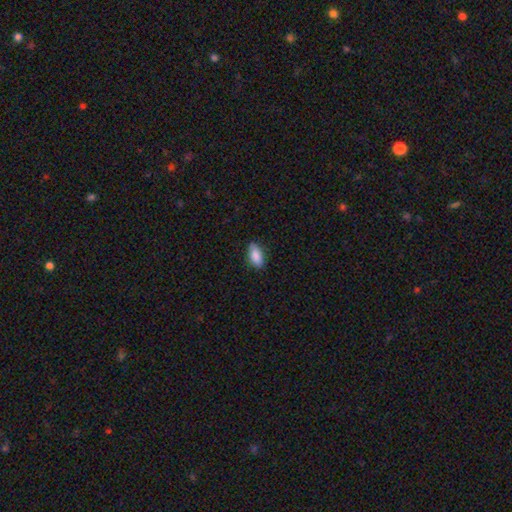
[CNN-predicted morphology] A smooth galaxy with no disk features (87%) that is in between round and cigar-shaped (89%). Merging: none (81%).